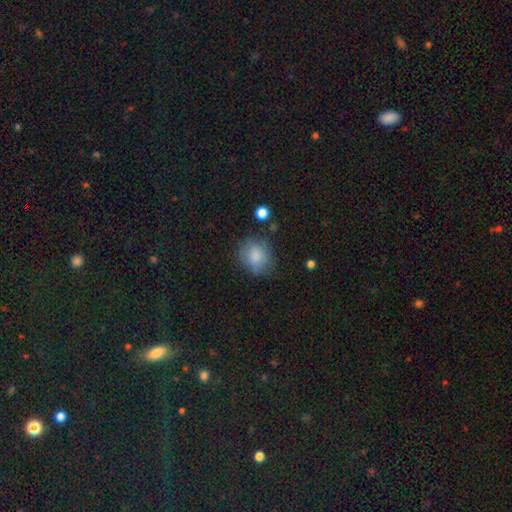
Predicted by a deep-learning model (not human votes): Smooth or featured?
  - smooth: 82% *
  - featured or disk: 10%
  - star or artifact: 8%
How rounded?
  - round: 77% *
  - in between: 22%
  - cigar-shaped: 1%
Merging?
  - none: 70% *
  - minor disturbance: 20%
  - major disturbance: 7%
  - merger: 3%